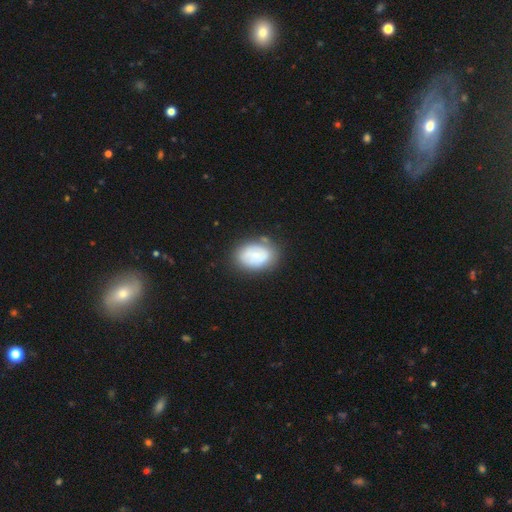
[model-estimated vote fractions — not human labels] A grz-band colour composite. It shows a smooth galaxy with no disk features (58%) that is in between round and cigar-shaped (77%). Merging: none (72%).